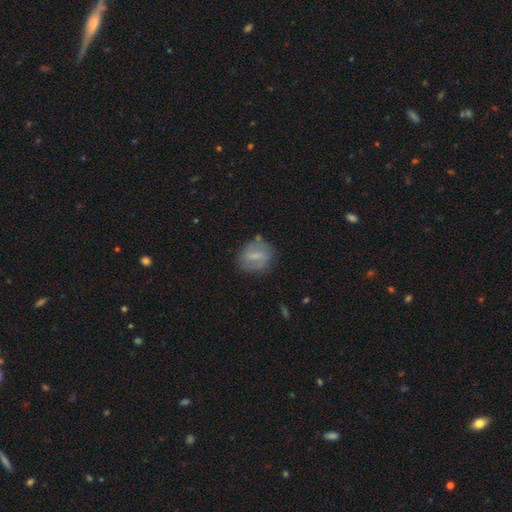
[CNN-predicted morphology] smooth 51%, featured or disk 41%, star or artifact 8%. Down the decision tree: how rounded — round (53%); merging — none (71%).